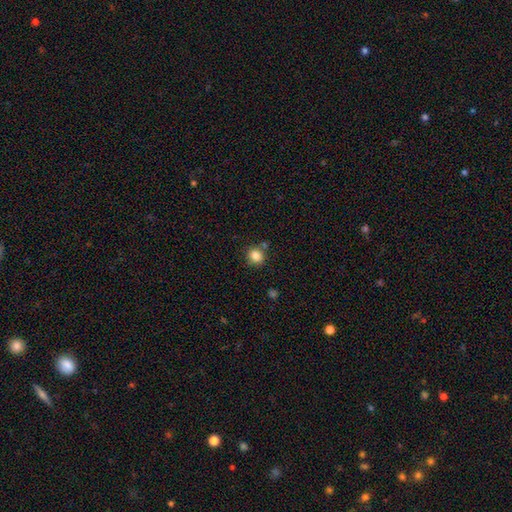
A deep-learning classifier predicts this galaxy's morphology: Smooth or featured?
  - smooth: 85% *
  - star or artifact: 11%
  - featured or disk: 5%
How rounded?
  - round: 84% *
  - in between: 15%
  - cigar-shaped: 1%
Merging?
  - none: 77% *
  - minor disturbance: 11%
  - merger: 9%
  - major disturbance: 3%